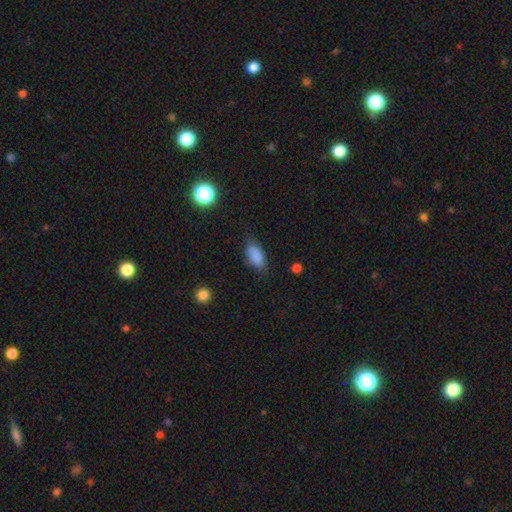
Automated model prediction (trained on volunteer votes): Smooth or featured? smooth (84%)
How rounded? in between (88%)
Merging? none (69%)